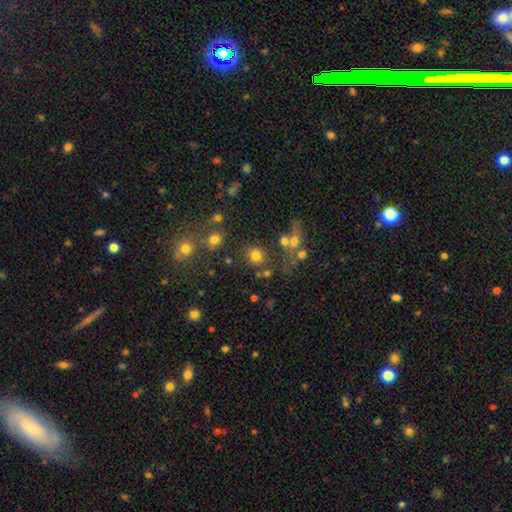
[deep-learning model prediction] The model was most divided on "smooth or featured": smooth: 74%, star or artifact: 17%, featured or disk: 9%. More confident: how rounded — round (87%); merging — none (74%).